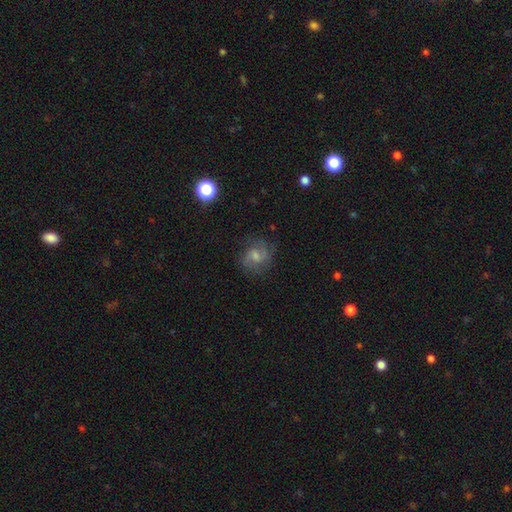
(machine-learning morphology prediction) featured or disk 58%, smooth 25%, star or artifact 17%. Down the decision tree: edge-on disk — no (97%); bar — no (50%); spiral arms — yes (90%); spiral arm count — 2 (58%); spiral winding — medium (48%); bulge size — moderate (48%); merging — none (77%).